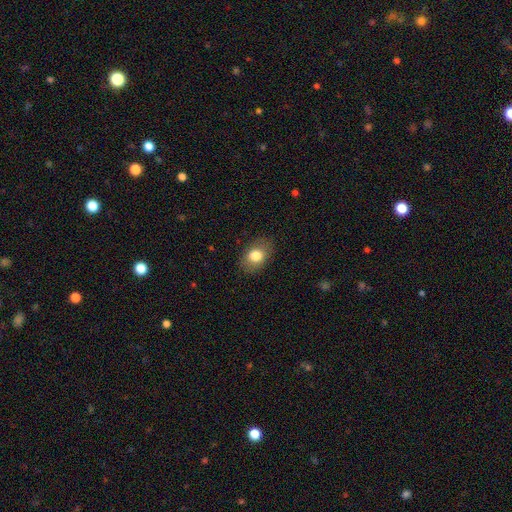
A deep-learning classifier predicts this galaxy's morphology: Q: Smooth or featured?
A: smooth (79%); runner-up: featured or disk (12%)
Q: How rounded?
A: in between (73%); runner-up: round (25%)
Q: Merging?
A: none (82%); runner-up: minor disturbance (13%)